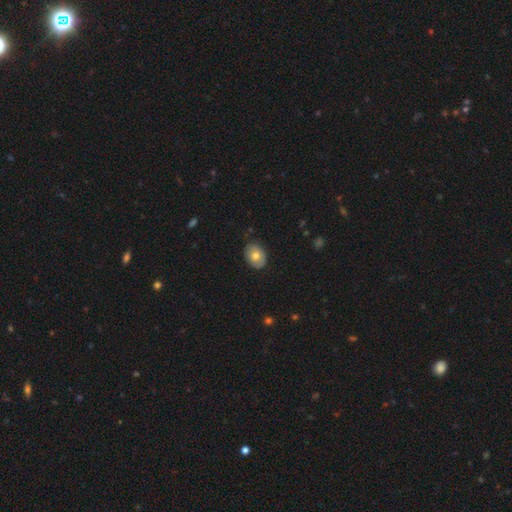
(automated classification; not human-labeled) A smooth galaxy with no disk features (72%) that is in between round and cigar-shaped (64%). Merging: none (83%).